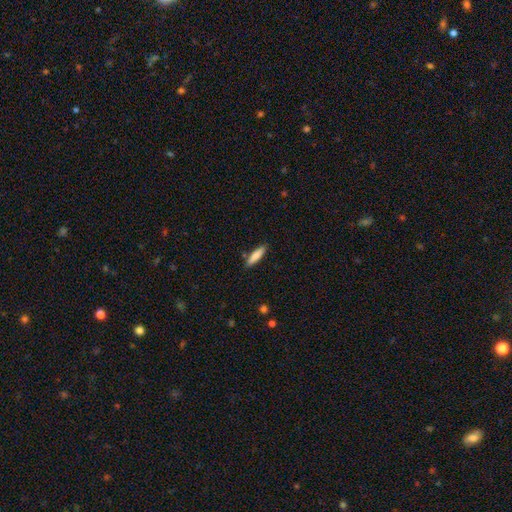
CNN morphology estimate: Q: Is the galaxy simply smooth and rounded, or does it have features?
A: smooth — 80%.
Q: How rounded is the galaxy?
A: cigar-shaped — 73%.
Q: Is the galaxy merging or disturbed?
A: none — 85%.